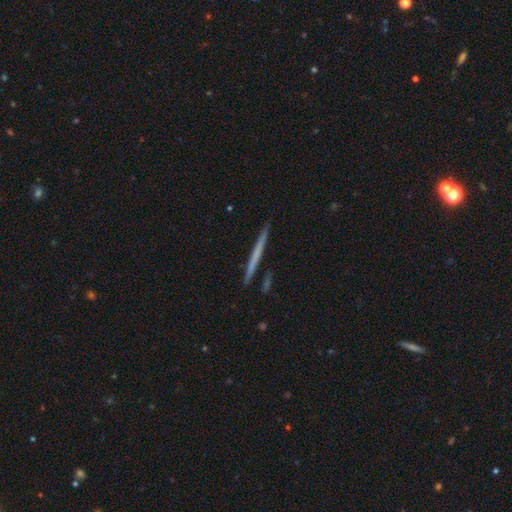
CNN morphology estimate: smooth-or-featured: featured or disk: 51% | smooth: 44% | star or artifact: 5%
  disk-edge-on: yes: 98% | no: 2%
  merging: none: 92% | minor disturbance: 6% | merger: 2% | major disturbance: 1%